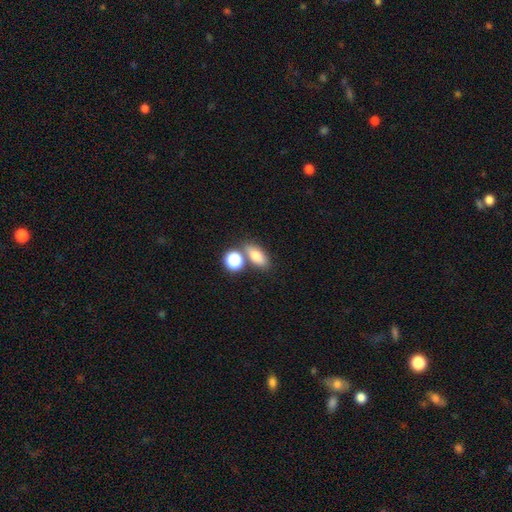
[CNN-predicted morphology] This is likely a smooth galaxy (78%). How rounded: likely in between (74%). Merging: likely none (63%).